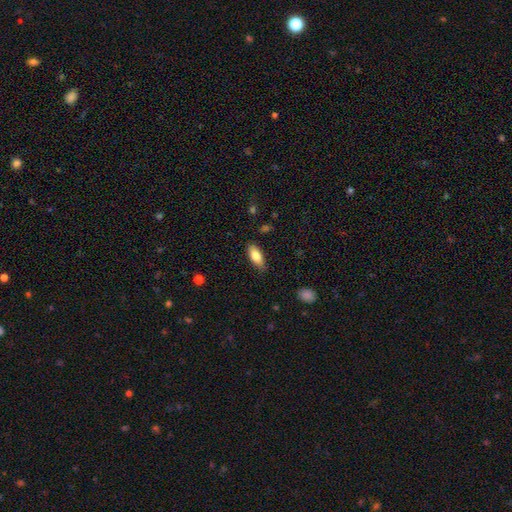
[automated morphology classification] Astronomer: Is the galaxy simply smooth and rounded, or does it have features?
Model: smooth — 82%.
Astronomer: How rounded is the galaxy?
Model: in between — 82%.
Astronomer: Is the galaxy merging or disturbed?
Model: none — 81%.